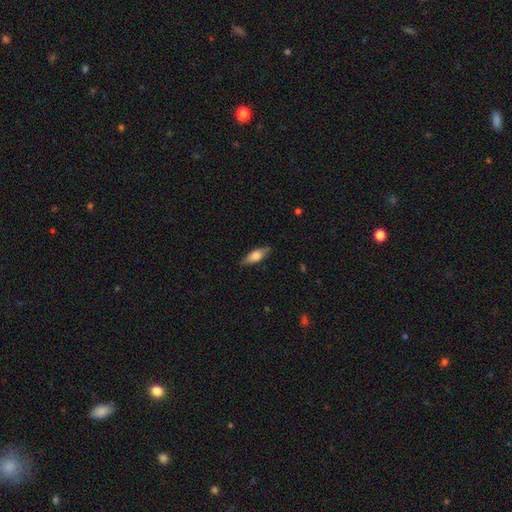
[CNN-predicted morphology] Smooth or featured? smooth (63%)
How rounded? in between (63%)
Merging? none (82%)